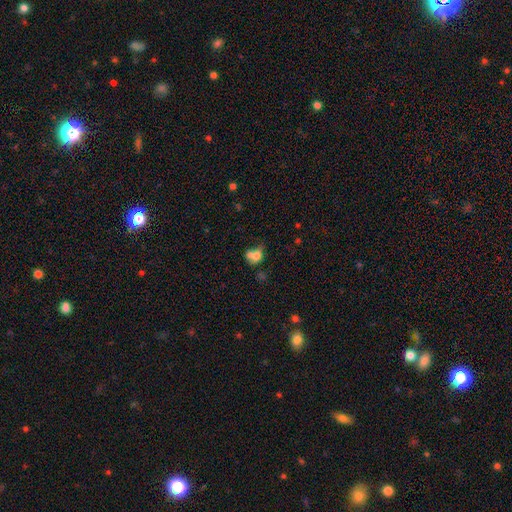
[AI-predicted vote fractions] Q: Smooth or featured?
A: smooth (68%); runner-up: featured or disk (20%)
Q: How rounded?
A: in between (52%); runner-up: round (46%)
Q: Merging?
A: merger (62%); runner-up: none (21%)